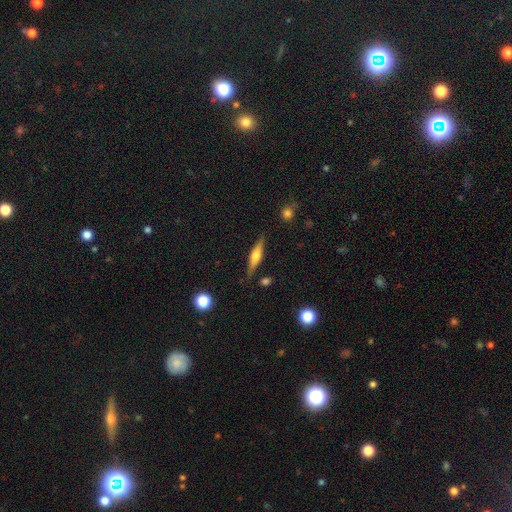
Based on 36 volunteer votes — Morphology: type=featured or disk (58%); edge-on=yes (90%); edge-on bulge=rounded (79%); merging=none (74%).